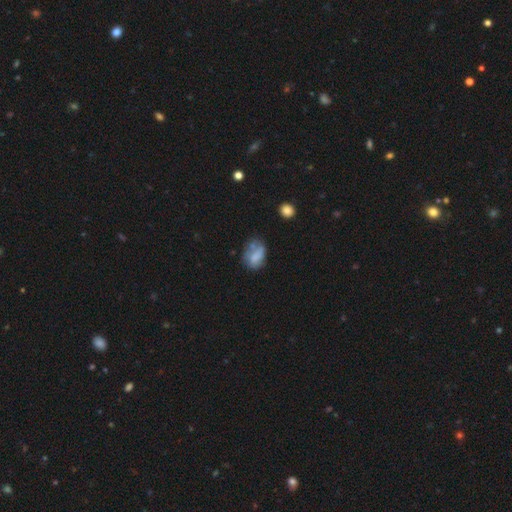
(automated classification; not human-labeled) Smooth or featured? smooth (64%)
How rounded? in between (74%)
Merging? none (38%)